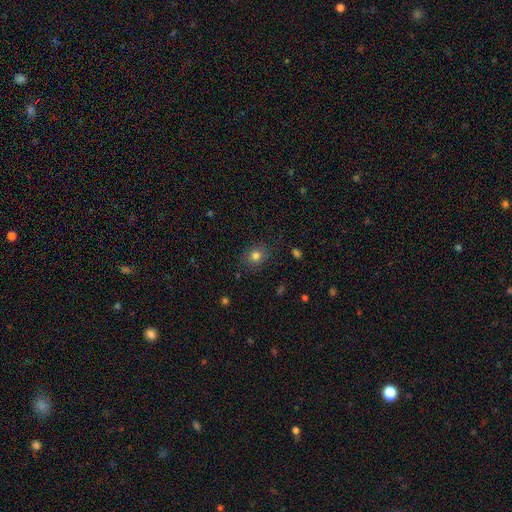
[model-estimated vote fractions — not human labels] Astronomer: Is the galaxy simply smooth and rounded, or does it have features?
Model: smooth — 79%.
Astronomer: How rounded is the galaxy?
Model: round — 72%.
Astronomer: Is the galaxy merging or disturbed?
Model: none — 85%.